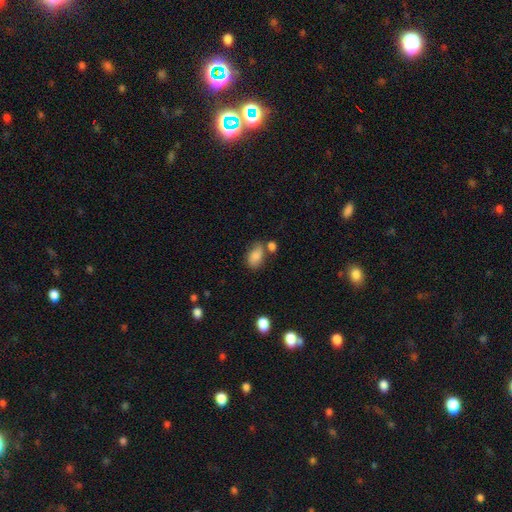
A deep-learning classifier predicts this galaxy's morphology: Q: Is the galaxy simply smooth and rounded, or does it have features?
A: smooth — 83%.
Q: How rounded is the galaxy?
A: in between — 89%.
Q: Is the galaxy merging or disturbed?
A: none — 55%.